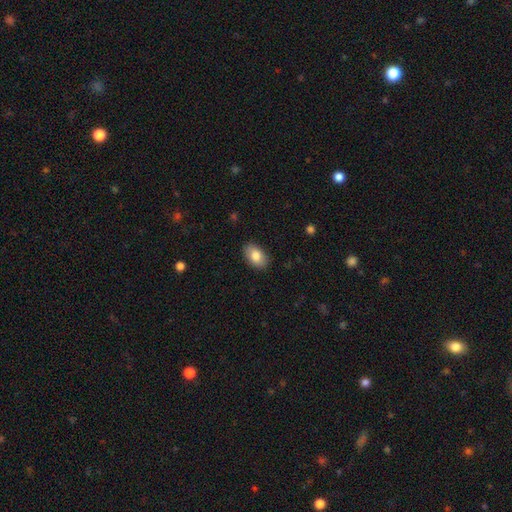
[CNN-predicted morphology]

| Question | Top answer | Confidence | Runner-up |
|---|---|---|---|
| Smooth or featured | smooth | 82% | featured or disk (11%) |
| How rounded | in between | 91% | round (8%) |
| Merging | none | 88% | minor disturbance (9%) |